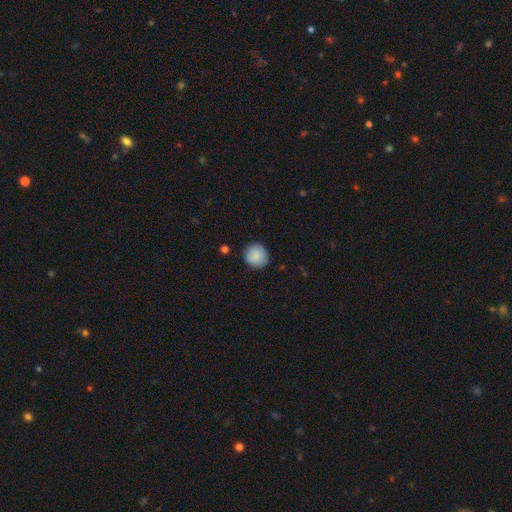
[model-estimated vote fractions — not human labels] A smooth galaxy with no disk features (89%) that is round (94%). Merging: none (90%).